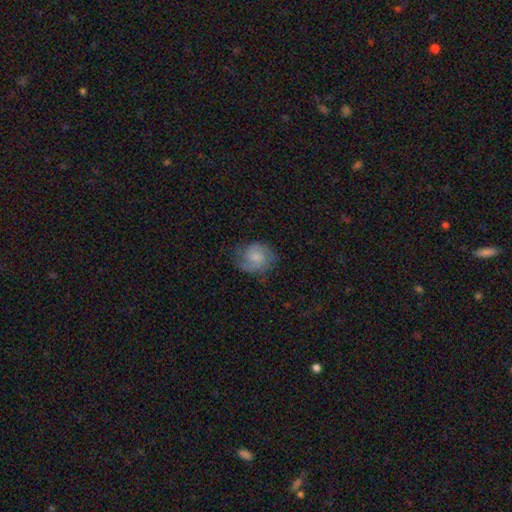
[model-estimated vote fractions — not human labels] Smooth or featured: featured or disk — 58% (smooth — 32%)
Edge-on disk: no — 97% (yes — 3%)
Bar: no — 66% (weak — 29%)
Spiral arms: yes — 91% (no — 9%)
Spiral winding: medium — 43% (tight — 40%)
Spiral arm count: 2 — 65% (can't tell — 17%)
Bulge size: small — 44% (moderate — 37%)
Merging: none — 71% (minor disturbance — 20%)